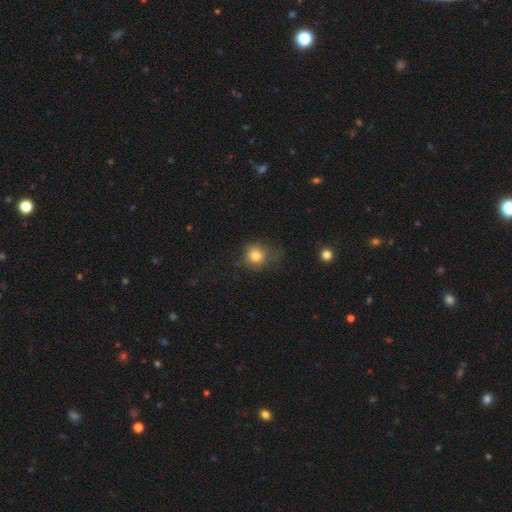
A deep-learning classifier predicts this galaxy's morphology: type=smooth (80%); roundness=round (81%); merging=none (61%).